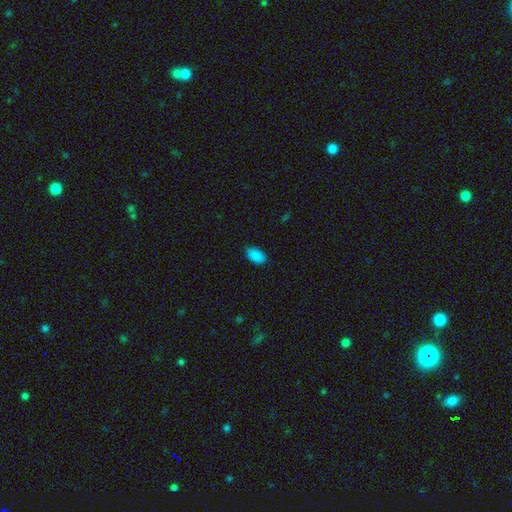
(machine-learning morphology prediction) Smooth or featured? smooth (88%)
How rounded? in between (94%)
Merging? none (87%)